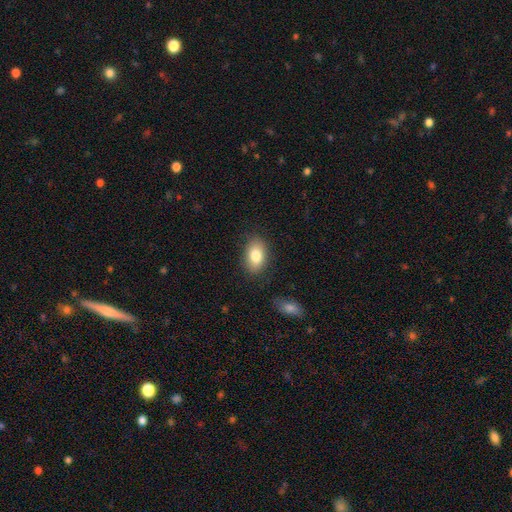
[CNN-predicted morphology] Smooth or featured? Predicted: smooth (p=0.82). How rounded? Predicted: in between (p=0.88). Merging? Predicted: none (p=0.83).